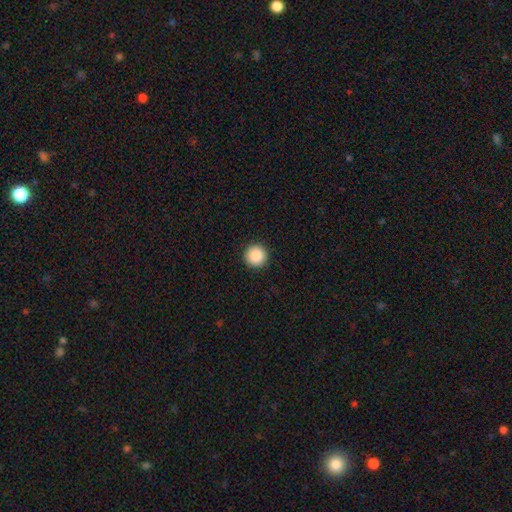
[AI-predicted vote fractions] Smooth or featured? Predicted: smooth (p=0.87). How rounded? Predicted: round (p=0.96). Merging? Predicted: none (p=0.94).